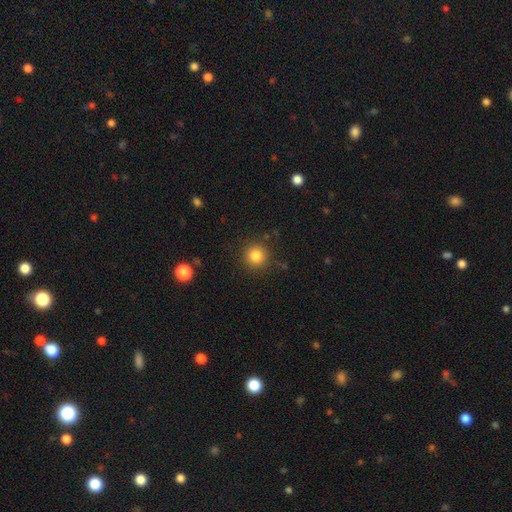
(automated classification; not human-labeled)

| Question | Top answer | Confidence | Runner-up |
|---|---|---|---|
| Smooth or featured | smooth | 84% | star or artifact (12%) |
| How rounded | round | 94% | in between (5%) |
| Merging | none | 87% | minor disturbance (8%) |